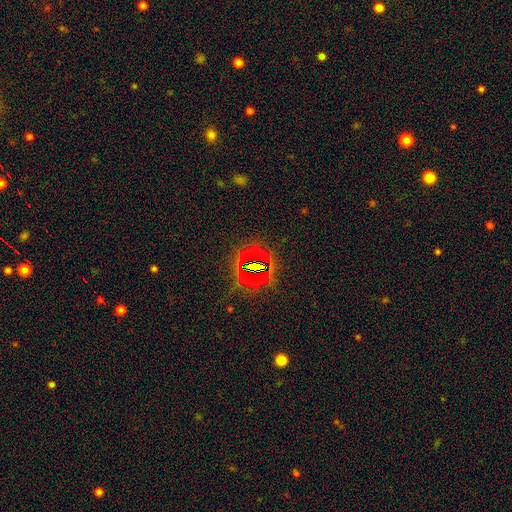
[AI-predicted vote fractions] Morphology: type=star or artifact (70%).